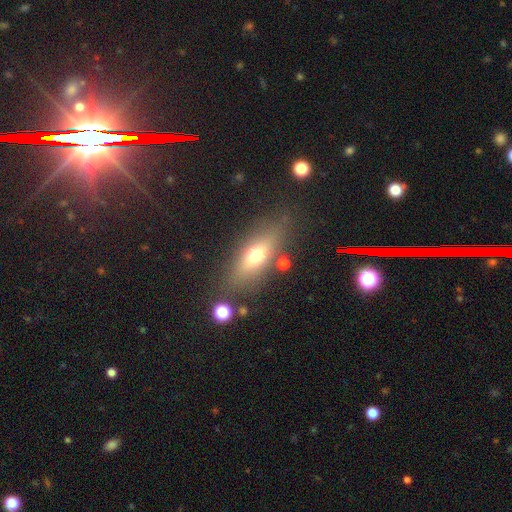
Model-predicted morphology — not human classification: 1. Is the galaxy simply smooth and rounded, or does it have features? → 61% smooth, 28% featured or disk, 11% star or artifact.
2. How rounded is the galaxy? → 62% in between, 31% cigar-shaped, 6% round.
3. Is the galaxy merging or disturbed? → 76% none, 14% minor disturbance, 6% major disturbance, 4% merger.